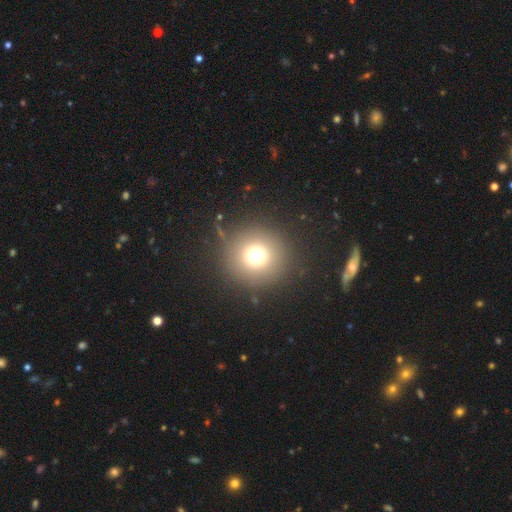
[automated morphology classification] A smooth galaxy with no disk features (70%) that is round (95%). Merging: none (87%).